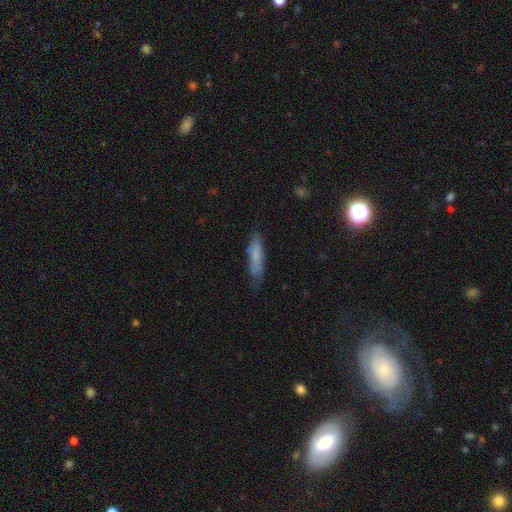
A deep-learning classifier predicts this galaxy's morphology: smooth 71%, featured or disk 21%, star or artifact 8%. Down the decision tree: how rounded — cigar-shaped (71%); merging — none (68%).